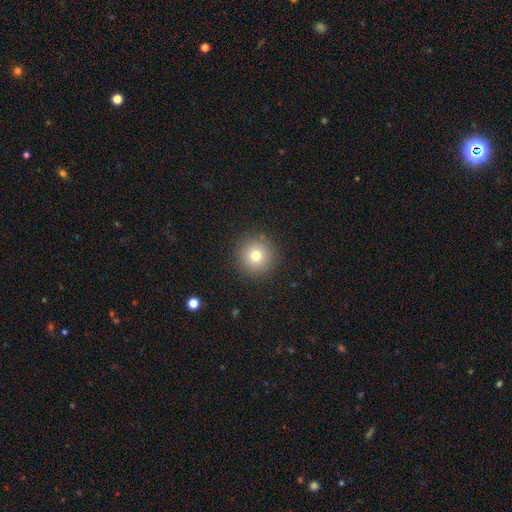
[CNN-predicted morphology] smooth_or_featured: smooth (p=0.77) [alt: star or artifact p=0.13]
how_rounded: round (p=0.96) [alt: in between p=0.04]
merging: none (p=0.90) [alt: minor disturbance p=0.06]